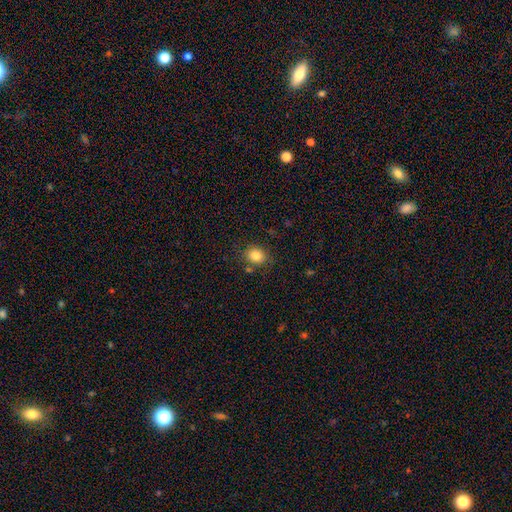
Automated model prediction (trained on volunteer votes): Overall: smooth (83%). How rounded: round (72%). Merging: none (81%).